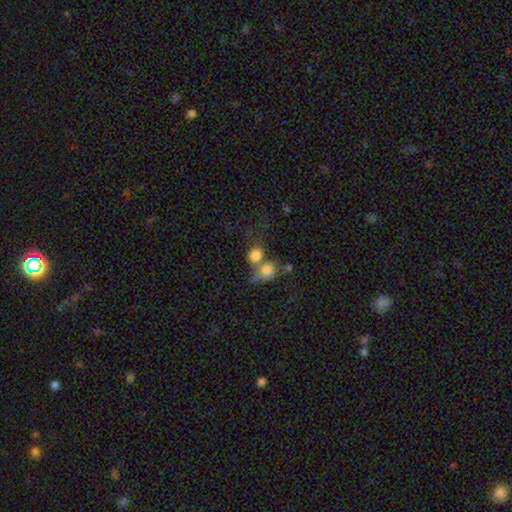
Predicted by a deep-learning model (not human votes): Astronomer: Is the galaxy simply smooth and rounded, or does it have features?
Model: smooth — 79%.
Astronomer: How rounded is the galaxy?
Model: round — 64%.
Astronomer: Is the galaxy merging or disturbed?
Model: merger — 54% (runner-up: none, 32%).